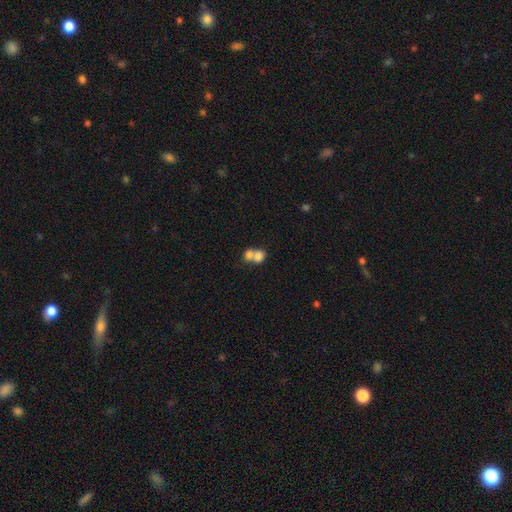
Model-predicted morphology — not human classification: Smooth or featured? Predicted: smooth (p=0.75). How rounded? Predicted: round (p=0.53). Merging? Predicted: merger (p=0.71).